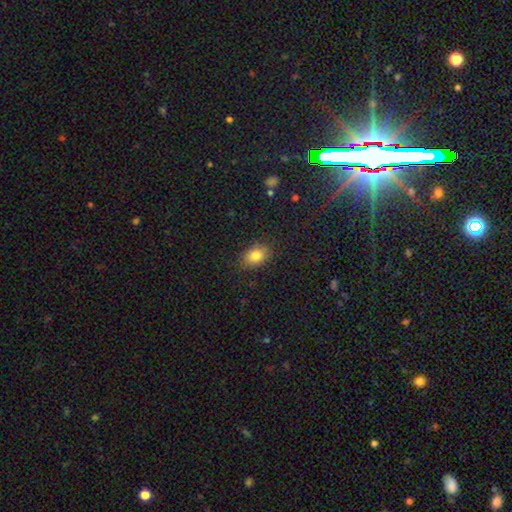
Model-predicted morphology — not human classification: Smooth or featured: smooth — 82% (star or artifact — 10%)
How rounded: in between — 79% (round — 19%)
Merging: none — 84% (minor disturbance — 12%)